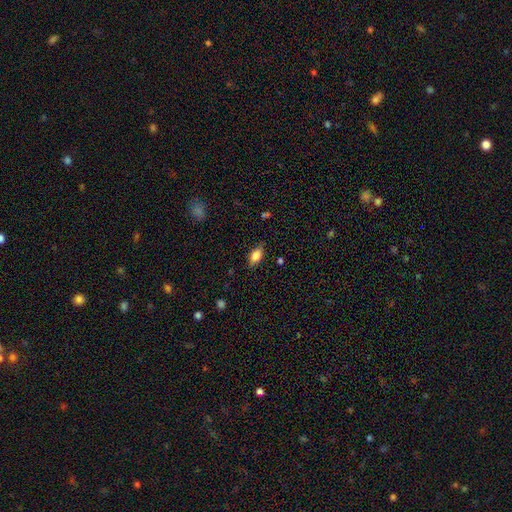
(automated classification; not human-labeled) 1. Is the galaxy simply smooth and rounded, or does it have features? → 77% smooth, 15% featured or disk, 8% star or artifact.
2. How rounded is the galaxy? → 84% in between, 10% cigar-shaped, 5% round.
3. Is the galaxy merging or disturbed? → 78% none, 16% minor disturbance, 4% major disturbance, 1% merger.